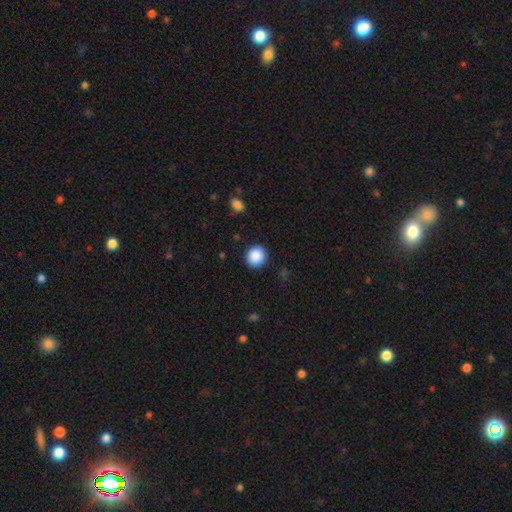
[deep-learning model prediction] Smooth or featured? Predicted: smooth (p=0.89). How rounded? Predicted: round (p=0.91). Merging? Predicted: none (p=0.90).